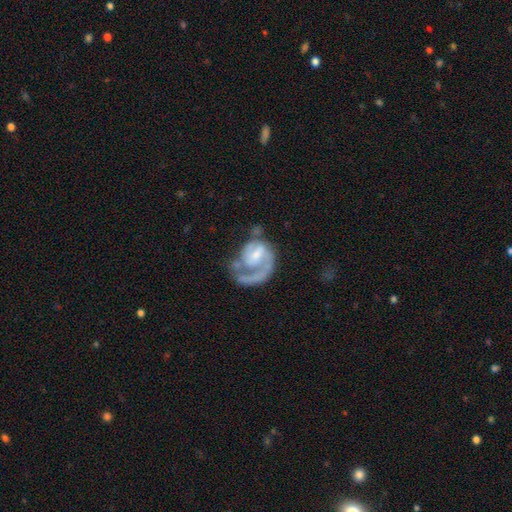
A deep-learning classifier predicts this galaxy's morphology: A featured or disk galaxy (81%) with a weak bar (48%), 1 (72%) medium (41%) spiral arms (88%) and a small central bulge (46%). Merging: major disturbance (38%).